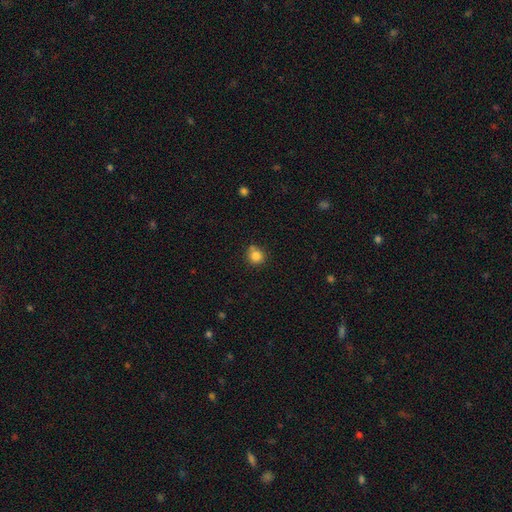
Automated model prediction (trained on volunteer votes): Overall: smooth (84%). How rounded: round (89%). Merging: none (72%).